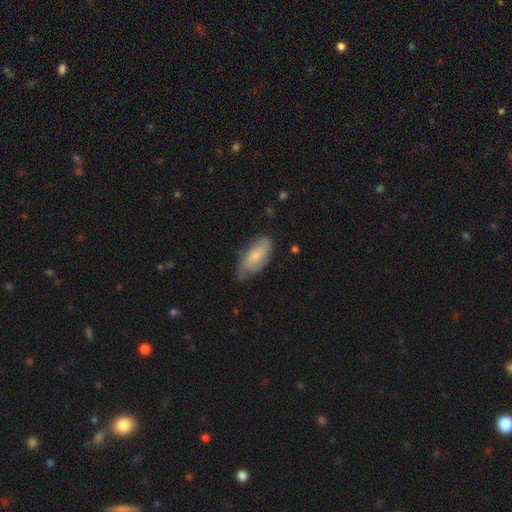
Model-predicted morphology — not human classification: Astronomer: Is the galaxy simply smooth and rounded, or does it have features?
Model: smooth — 63%.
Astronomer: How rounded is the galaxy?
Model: in between — 85%.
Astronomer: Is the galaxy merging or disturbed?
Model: none — 64%.